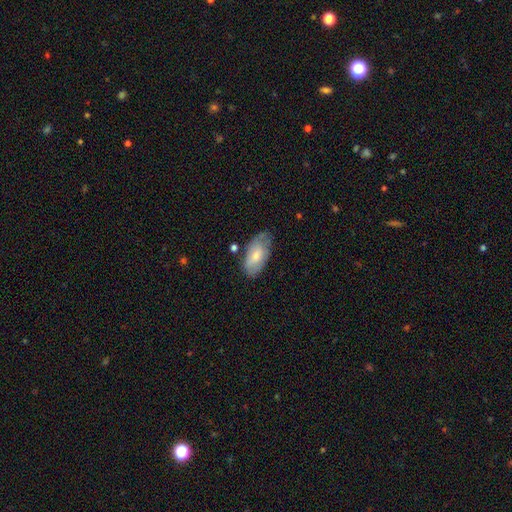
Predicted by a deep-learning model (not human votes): This is likely a smooth galaxy (64%). How rounded: clearly in between (93%). Merging: likely none (60%).